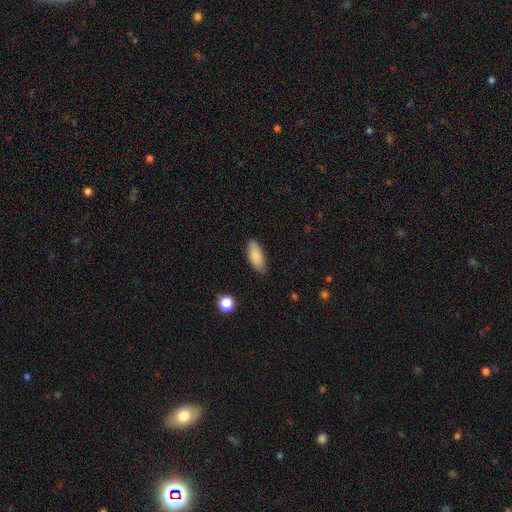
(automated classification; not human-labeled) Smooth or featured? Predicted: smooth (p=0.87). How rounded? Predicted: in between (p=0.81). Merging? Predicted: none (p=0.83).